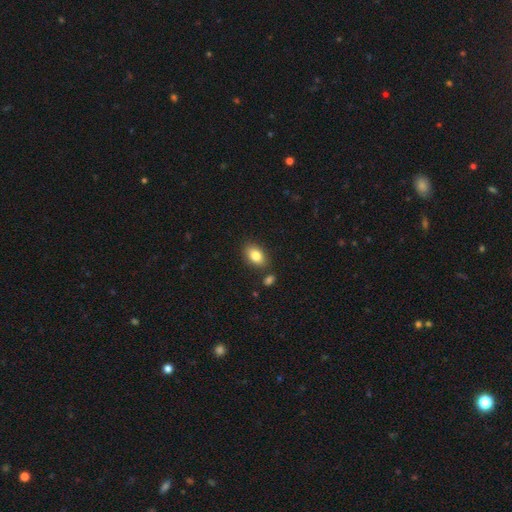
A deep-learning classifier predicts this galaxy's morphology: type=smooth (84%); roundness=in between (88%); merging=none (80%).